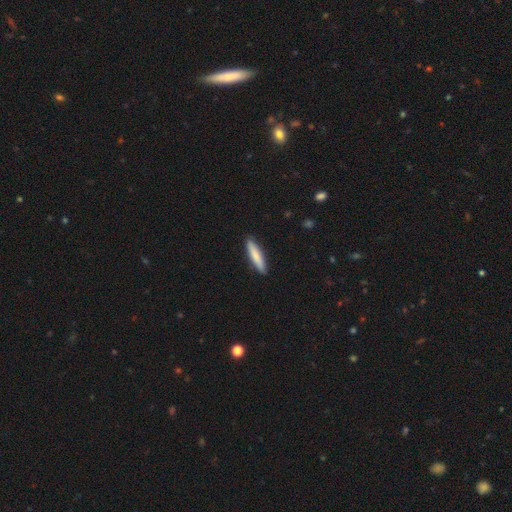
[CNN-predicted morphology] Smooth or featured: smooth — 80% (featured or disk — 15%)
How rounded: cigar-shaped — 86% (in between — 13%)
Merging: none — 91% (minor disturbance — 7%)